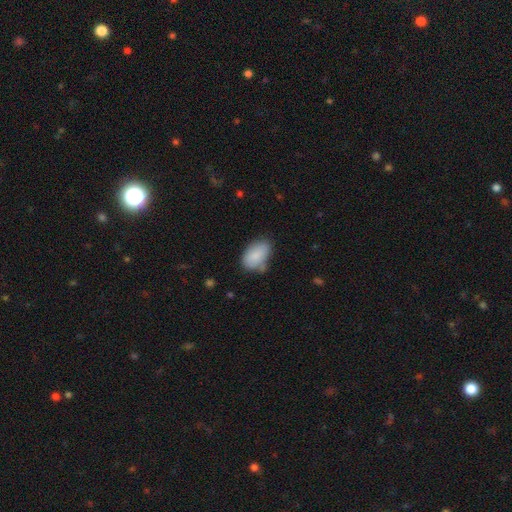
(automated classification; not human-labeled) Smooth or featured? Predicted: smooth (p=0.86). How rounded? Predicted: in between (p=0.92). Merging? Predicted: none (p=0.59).